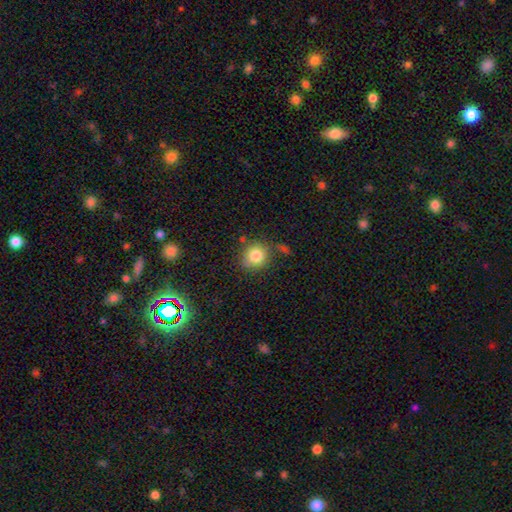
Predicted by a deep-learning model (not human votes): smooth-or-featured: smooth: 83% | star or artifact: 10% | featured or disk: 8%
  how-rounded: round: 82% | in between: 17% | cigar-shaped: 1%
  merging: none: 73% | minor disturbance: 16% | merger: 6% | major disturbance: 5%